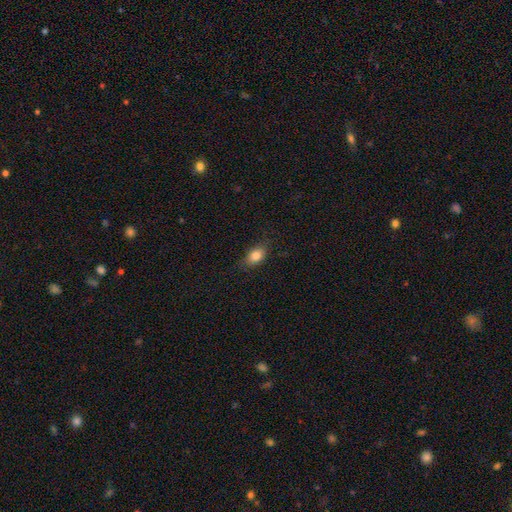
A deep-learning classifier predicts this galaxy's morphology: smooth-or-featured: smooth: 82% | featured or disk: 9% | star or artifact: 9%
  how-rounded: in between: 80% | round: 17% | cigar-shaped: 4%
  merging: none: 78% | minor disturbance: 17% | major disturbance: 4% | merger: 1%